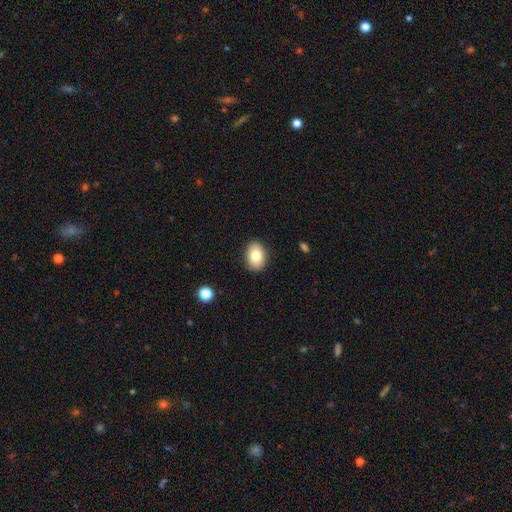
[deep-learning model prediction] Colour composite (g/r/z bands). It shows a smooth galaxy with no disk features (81%) that is in between round and cigar-shaped (79%). Merging: none (88%).